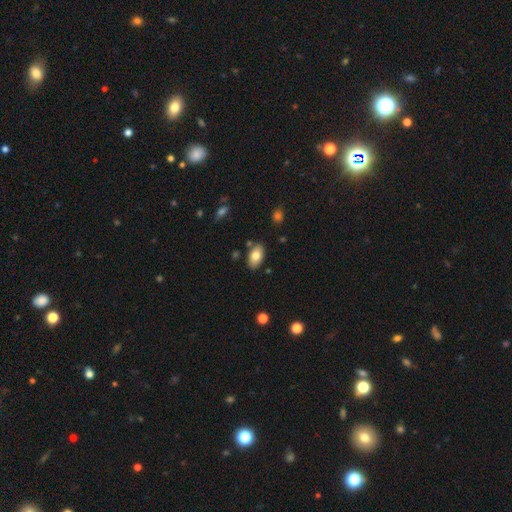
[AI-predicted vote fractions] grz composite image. It shows a smooth galaxy with no disk features (78%) that is in between round and cigar-shaped (93%). Merging: none (83%).